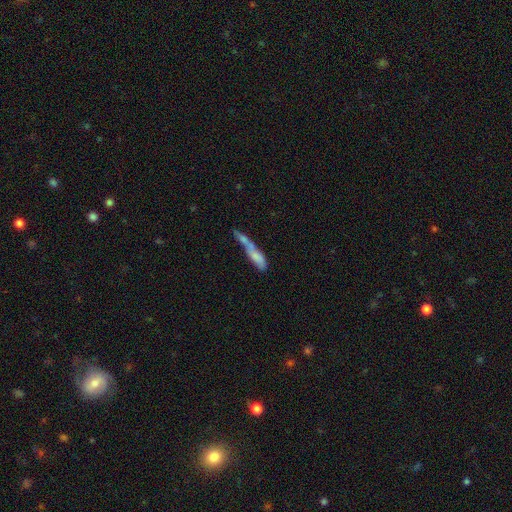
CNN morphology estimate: A smooth galaxy with no disk features (66%) that is cigar-shaped (63%). Merging: merger (63%).